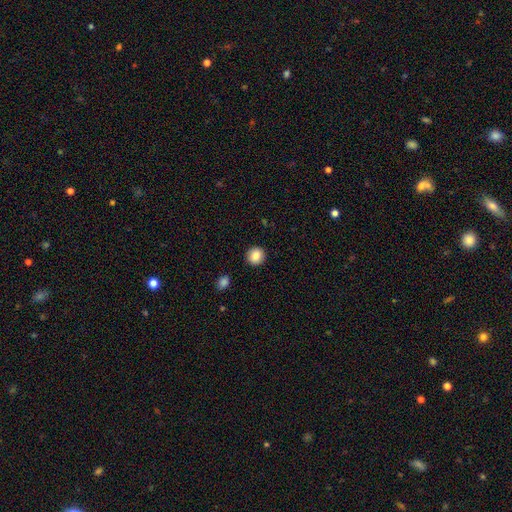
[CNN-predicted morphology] Q: Smooth or featured?
A: smooth (86%); runner-up: star or artifact (8%)
Q: How rounded?
A: round (93%); runner-up: in between (6%)
Q: Merging?
A: none (92%); runner-up: minor disturbance (5%)